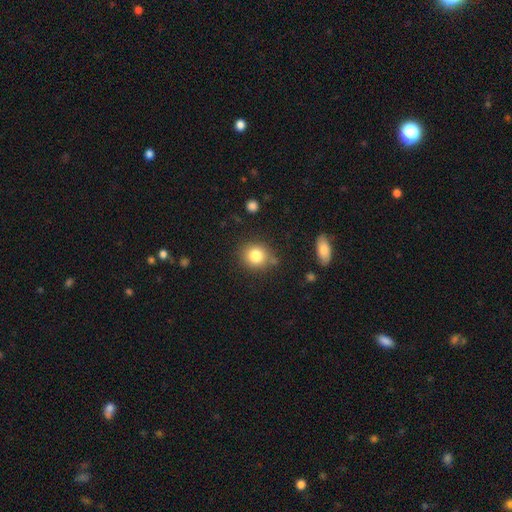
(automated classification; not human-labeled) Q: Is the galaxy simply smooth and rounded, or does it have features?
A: smooth — 81%.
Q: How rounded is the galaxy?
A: round — 81%.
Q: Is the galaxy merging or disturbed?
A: none — 78%.